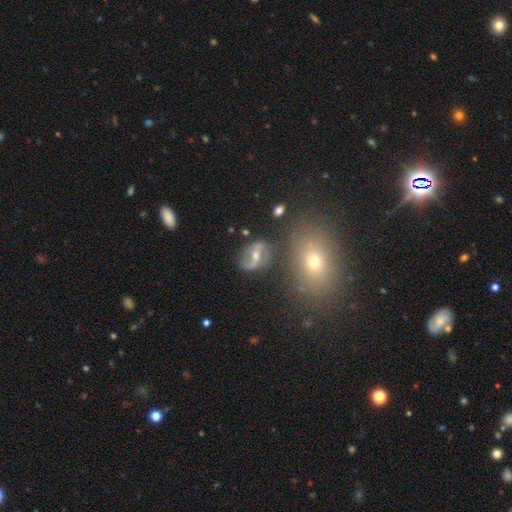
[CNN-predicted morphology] Smooth or featured: featured or disk — 74% (smooth — 18%)
Edge-on disk: no — 96% (yes — 4%)
Bar: strong — 41% (weak — 40%)
Spiral arms: yes — 82% (no — 18%)
Spiral winding: loose — 53% (medium — 35%)
Spiral arm count: 2 — 89% (can't tell — 5%)
Bulge size: moderate — 53% (small — 41%)
Merging: none — 70% (minor disturbance — 16%)